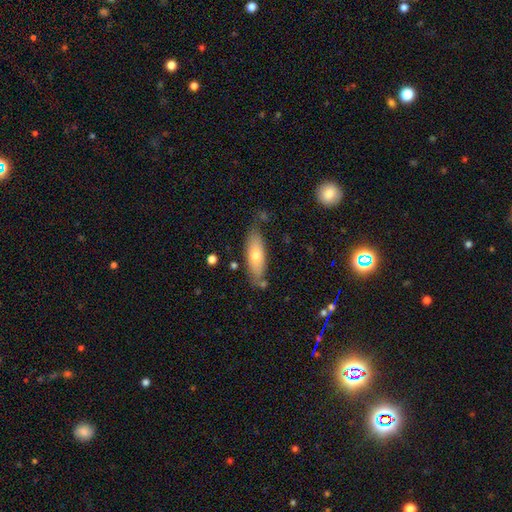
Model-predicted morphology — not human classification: Smooth or featured? smooth (66%)
How rounded? in between (54%)
Merging? none (73%)